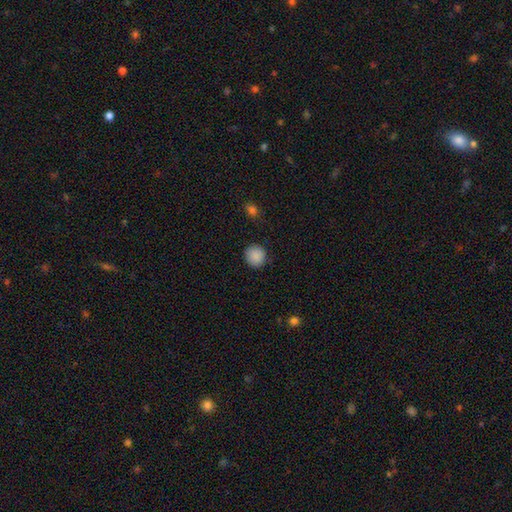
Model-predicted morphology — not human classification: smooth 89%, star or artifact 8%, featured or disk 3%. Down the decision tree: how rounded — round (92%); merging — none (89%).